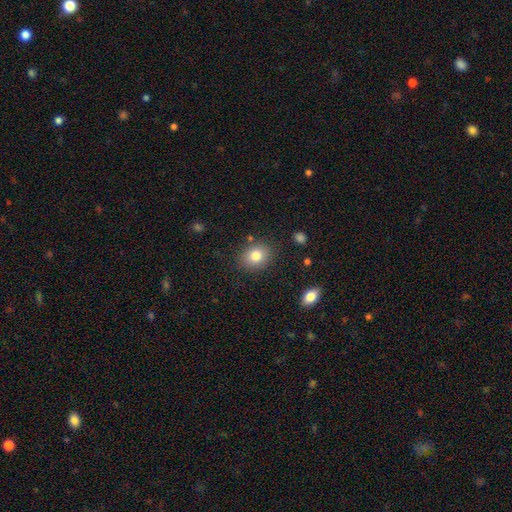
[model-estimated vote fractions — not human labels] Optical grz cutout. It shows a smooth galaxy with no disk features (81%) that is round (53%). Merging: none (84%).